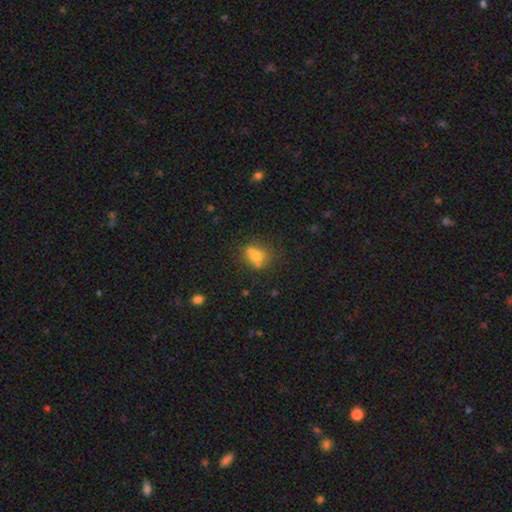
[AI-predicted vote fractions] Smooth or featured? Predicted: smooth (p=0.66). How rounded? Predicted: round (p=0.67). Merging? Predicted: none (p=0.47).